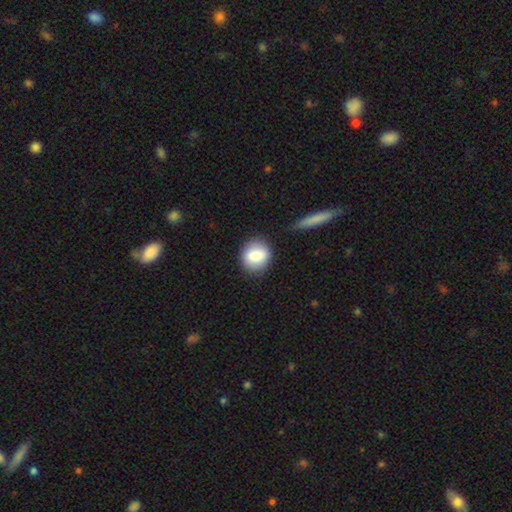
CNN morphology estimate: A smooth galaxy with no disk features (84%) that is round (75%).

Vote fractions:
- Smooth or featured? smooth: 84% / featured or disk: 8% / star or artifact: 8%
- How rounded? round: 75% / in between: 24% / cigar-shaped: 1%
- Merging? none: 81% / minor disturbance: 12% / major disturbance: 3% / merger: 3%